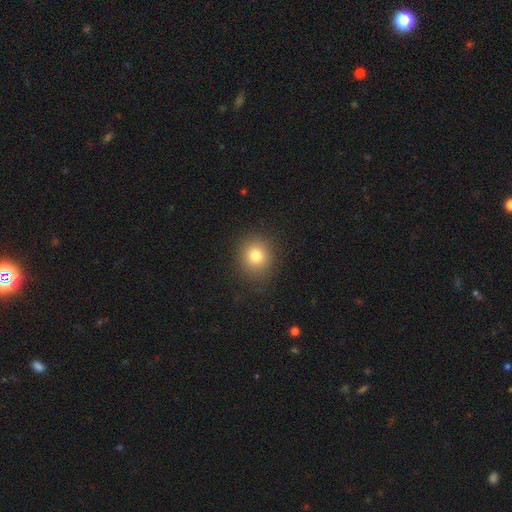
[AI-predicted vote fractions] A smooth galaxy with no disk features (80%) that is round (84%).

Vote fractions:
- Smooth or featured? smooth: 80% / star or artifact: 13% / featured or disk: 8%
- How rounded? round: 84% / in between: 15% / cigar-shaped: 1%
- Merging? none: 89% / minor disturbance: 8% / major disturbance: 3% / merger: 1%